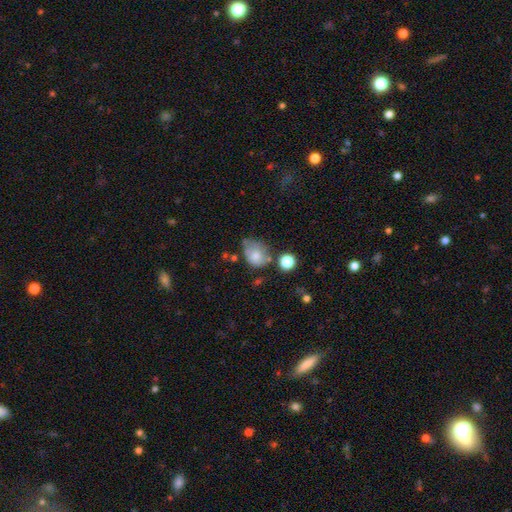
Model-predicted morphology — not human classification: Smooth or featured? Predicted: smooth (p=0.71). How rounded? Predicted: in between (p=0.65). Merging? Predicted: minor disturbance (p=0.34).